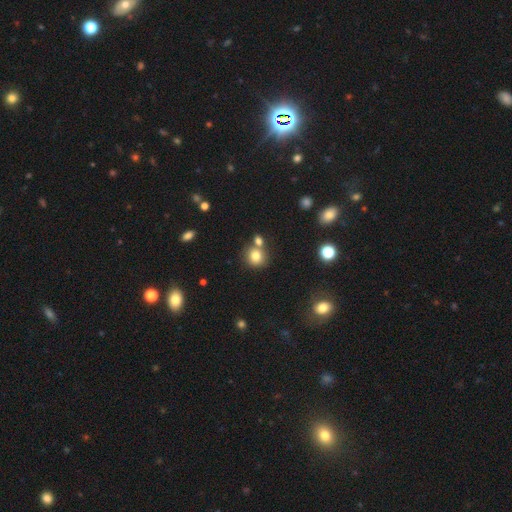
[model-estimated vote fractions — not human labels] A smooth galaxy with no disk features (79%) that is round (85%). Merging: none (62%).